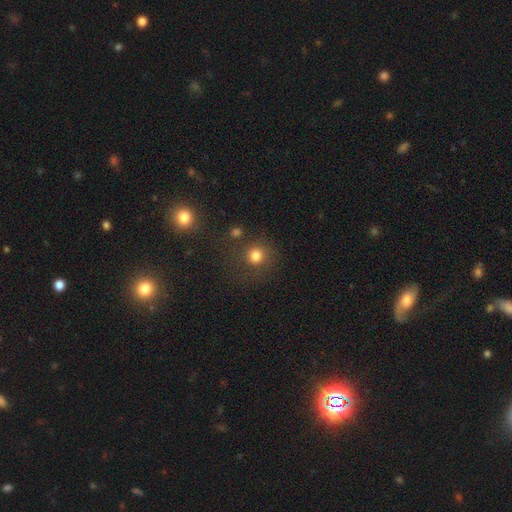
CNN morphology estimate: smooth 78%, star or artifact 15%, featured or disk 7%. Down the decision tree: how rounded — round (90%); merging — none (73%).